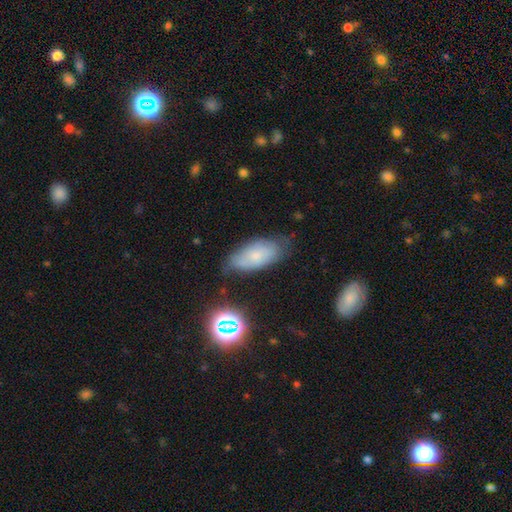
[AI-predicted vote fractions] Smooth or featured? Predicted: smooth (p=0.58). How rounded? Predicted: in between (p=0.90). Merging? Predicted: none (p=0.61).